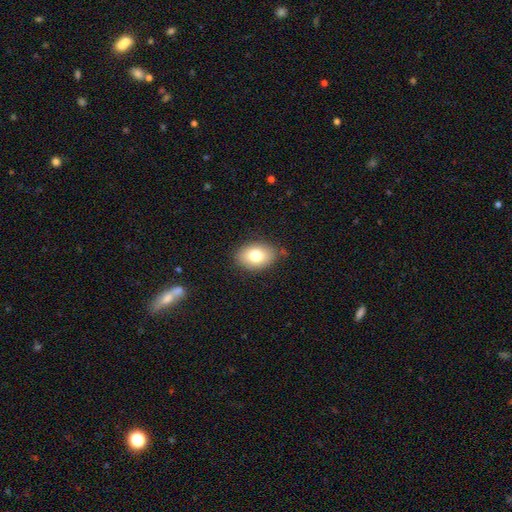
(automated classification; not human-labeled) This is likely a smooth galaxy (78%). How rounded: clearly in between (80%). Merging: clearly none (81%).